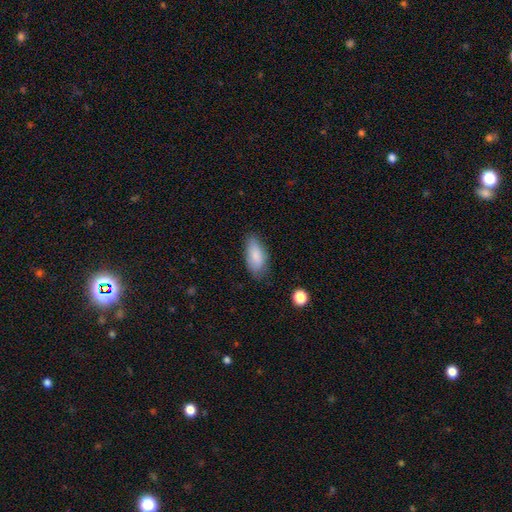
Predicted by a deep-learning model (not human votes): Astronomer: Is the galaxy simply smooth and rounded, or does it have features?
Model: smooth — 85%.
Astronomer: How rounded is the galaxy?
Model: in between — 86%.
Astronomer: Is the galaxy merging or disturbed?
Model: none — 74%.